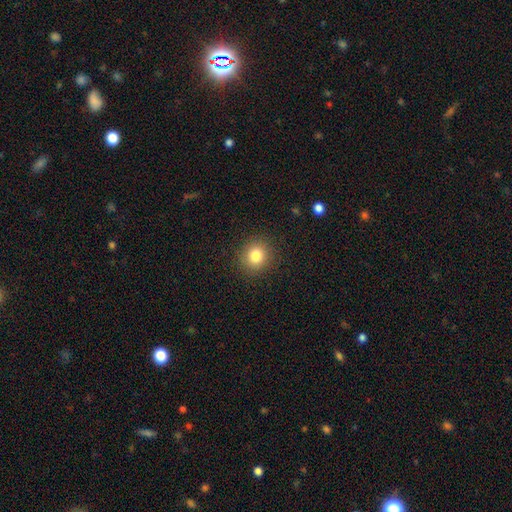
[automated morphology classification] Smooth or featured? smooth (82%)
How rounded? round (86%)
Merging? none (90%)